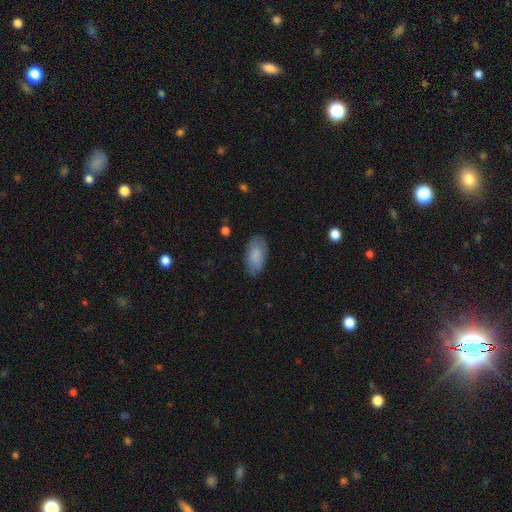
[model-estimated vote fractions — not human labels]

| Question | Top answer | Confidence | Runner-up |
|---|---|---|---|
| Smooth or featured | smooth | 84% | featured or disk (10%) |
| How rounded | in between | 94% | cigar-shaped (4%) |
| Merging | none | 80% | minor disturbance (15%) |